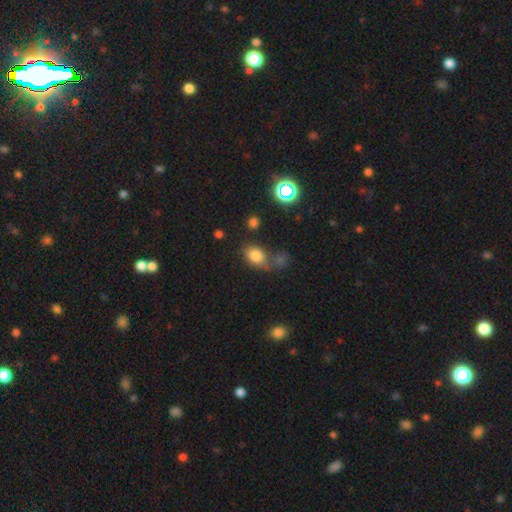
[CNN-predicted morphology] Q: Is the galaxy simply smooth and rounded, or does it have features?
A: smooth — 78%.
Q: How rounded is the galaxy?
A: in between — 74%.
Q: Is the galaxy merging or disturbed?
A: none — 52%.